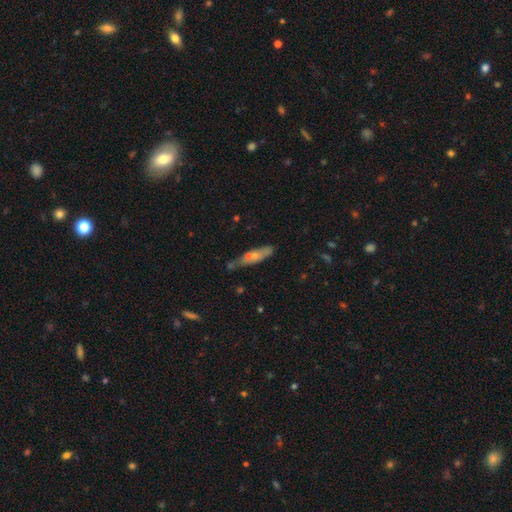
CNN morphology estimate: Smooth or featured? smooth (46%)
Merging? none (60%)